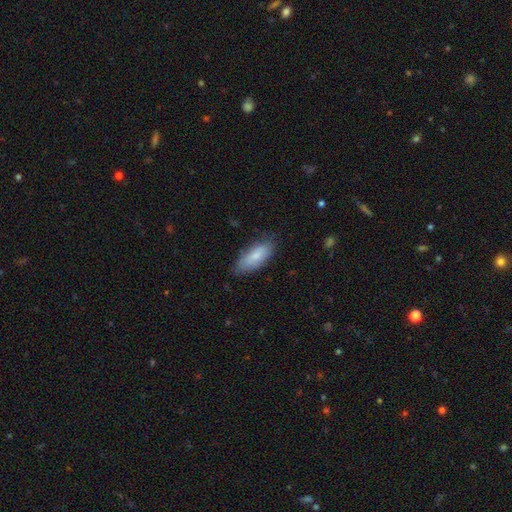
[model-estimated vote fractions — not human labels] Smooth or featured? smooth (80%)
How rounded? in between (77%)
Merging? none (75%)